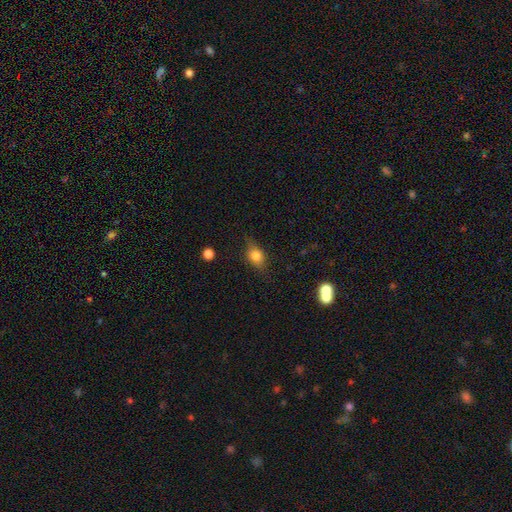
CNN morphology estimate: smooth 72%, featured or disk 18%, star or artifact 10%. Down the decision tree: how rounded — in between (64%); merging — none (73%).